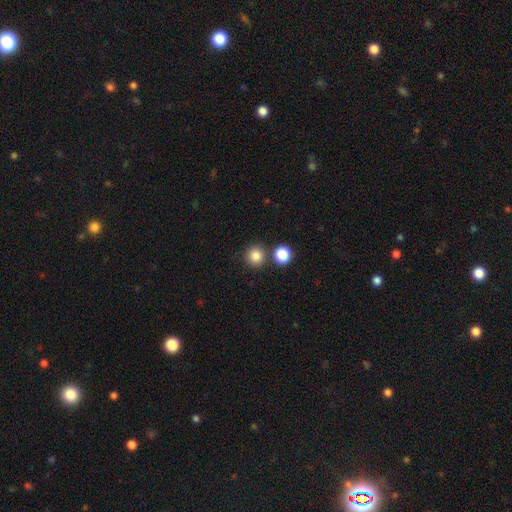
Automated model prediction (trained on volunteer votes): Overall: smooth (84%). How rounded: round (93%). Merging: none (79%).